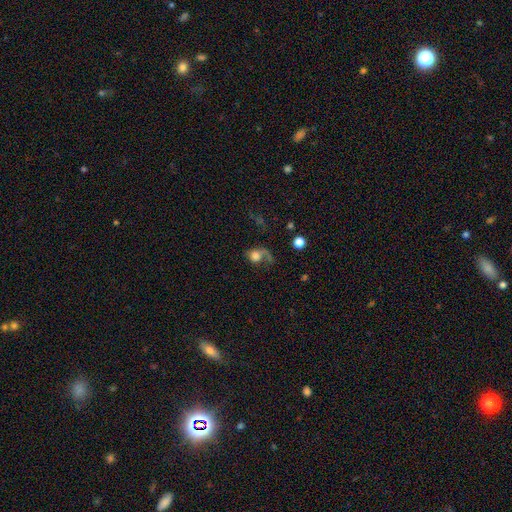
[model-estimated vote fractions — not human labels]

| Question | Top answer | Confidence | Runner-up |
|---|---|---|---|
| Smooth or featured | smooth | 58% | featured or disk (31%) |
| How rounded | round | 61% | in between (37%) |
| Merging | major disturbance | 45% | none (30%) |